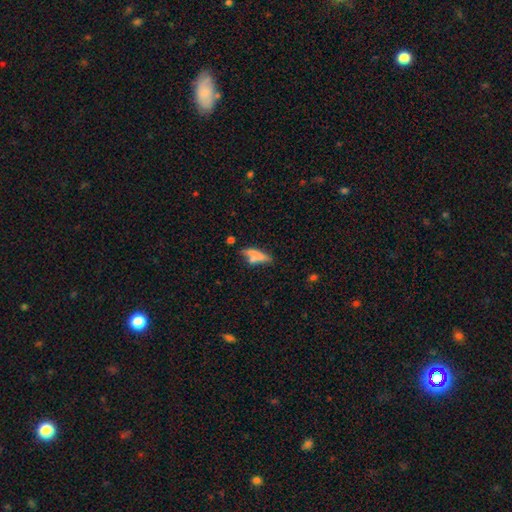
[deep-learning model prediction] A smooth galaxy with no disk features (71%) that is cigar-shaped (57%). Merging: none (50%).